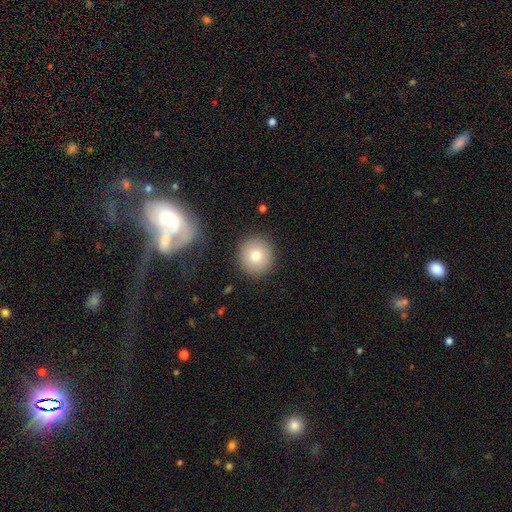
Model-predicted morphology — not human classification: Q: Smooth or featured?
A: smooth (78%); runner-up: featured or disk (12%)
Q: How rounded?
A: round (92%); runner-up: in between (7%)
Q: Merging?
A: none (89%); runner-up: minor disturbance (7%)